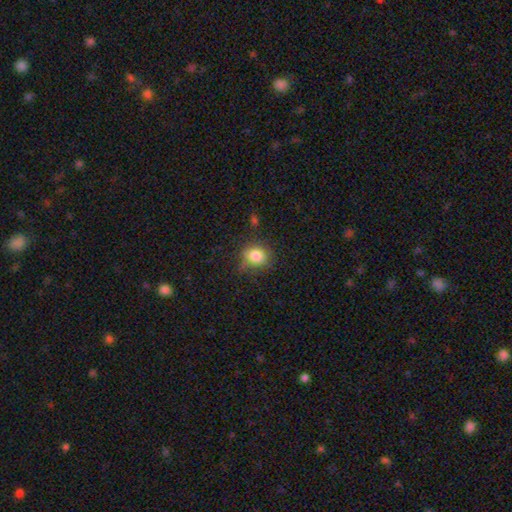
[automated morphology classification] type=smooth (83%); roundness=round (77%); merging=none (69%).